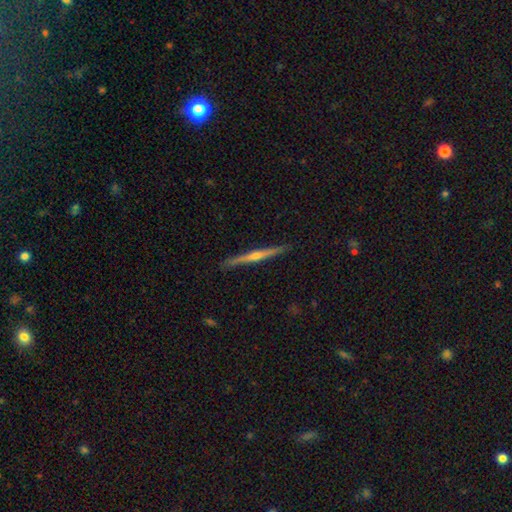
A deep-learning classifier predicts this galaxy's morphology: smooth_or_featured: featured or disk (p=0.78) [alt: smooth p=0.17]
disk_edge_on: yes (p=0.98) [alt: no p=0.02]
edge_on_bulge: rounded (p=0.85) [alt: none p=0.11]
merging: none (p=0.91) [alt: minor disturbance p=0.07]